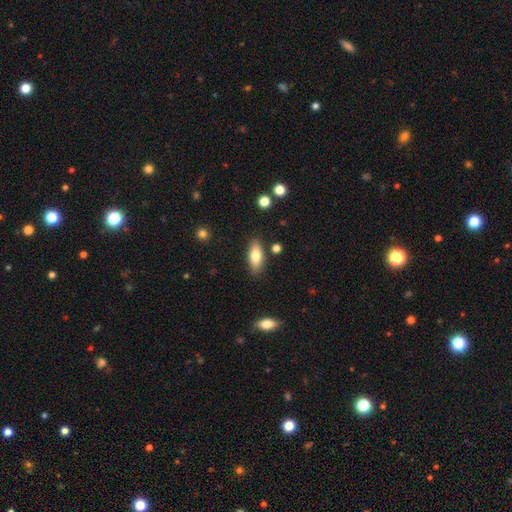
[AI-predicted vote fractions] Smooth or featured: smooth — 75% (featured or disk — 19%)
How rounded: in between — 76% (cigar-shaped — 22%)
Merging: none — 84% (minor disturbance — 11%)